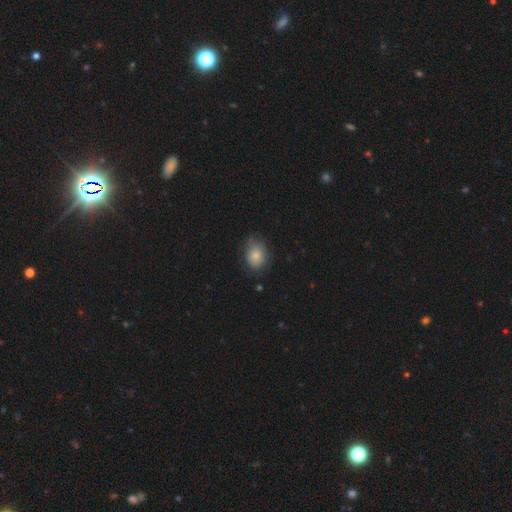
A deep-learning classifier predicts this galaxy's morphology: A smooth galaxy with no disk features (80%) that is in between round and cigar-shaped (54%). Merging: none (64%).